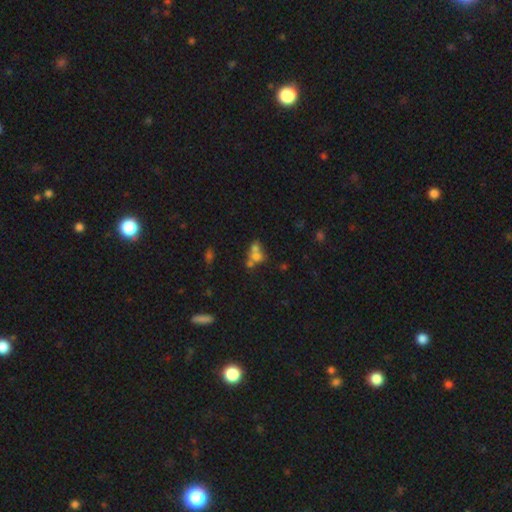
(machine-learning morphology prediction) Smooth or featured? smooth (59%)
How rounded? round (62%)
Merging? merger (57%)